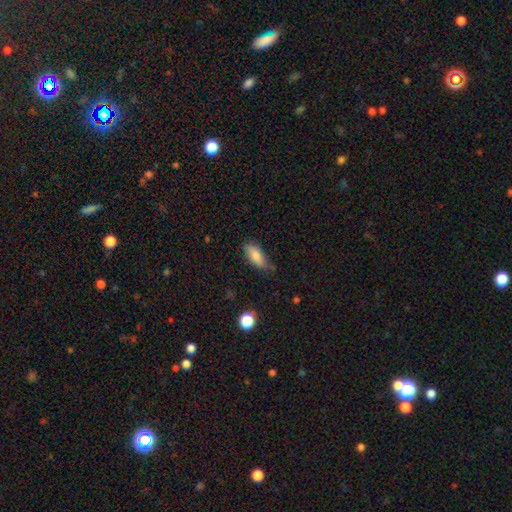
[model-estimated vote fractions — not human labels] smooth_or_featured: smooth (p=0.80) [alt: featured or disk p=0.12]
how_rounded: in between (p=0.80) [alt: cigar-shaped p=0.17]
merging: none (p=0.61) [alt: minor disturbance p=0.31]